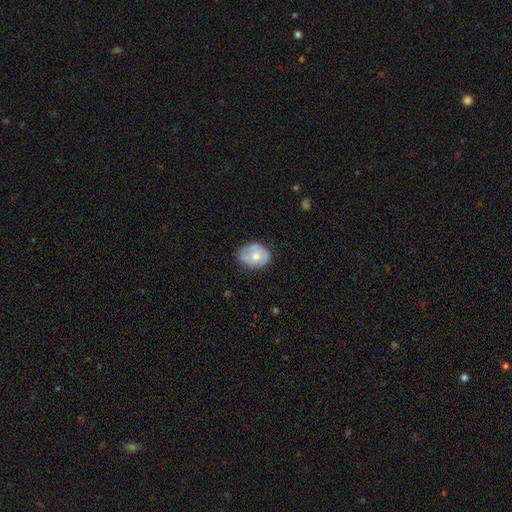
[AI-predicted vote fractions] Smooth or featured: smooth — 57% (featured or disk — 36%)
How rounded: in between — 56% (round — 43%)
Merging: none — 60% (minor disturbance — 30%)